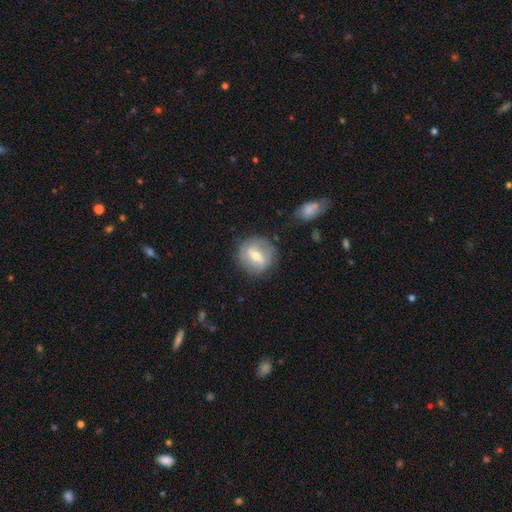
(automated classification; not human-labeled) Smooth or featured? featured or disk (63%)
Edge-on disk? no (94%)
Bar? weak (45%)
Spiral arms? yes (67%)
Bulge size? moderate (61%)
Merging? none (77%)